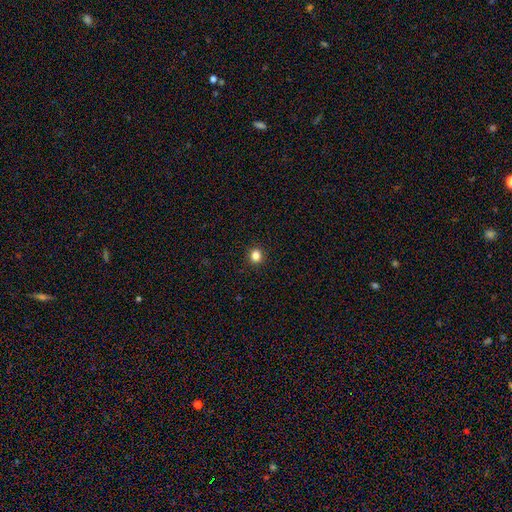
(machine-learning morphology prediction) Smooth or featured? smooth (84%)
How rounded? round (86%)
Merging? none (92%)